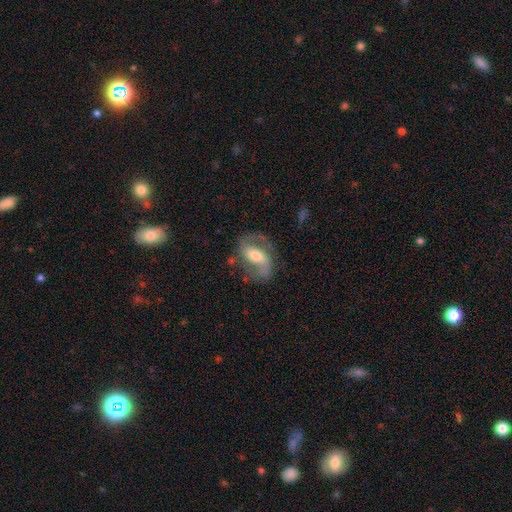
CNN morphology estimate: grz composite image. It shows a featured or disk galaxy (81%) with a weak bar (40%), 2 (89%) medium (50%) spiral arms (91%) and a moderate central bulge (61%). Merging: none (70%).